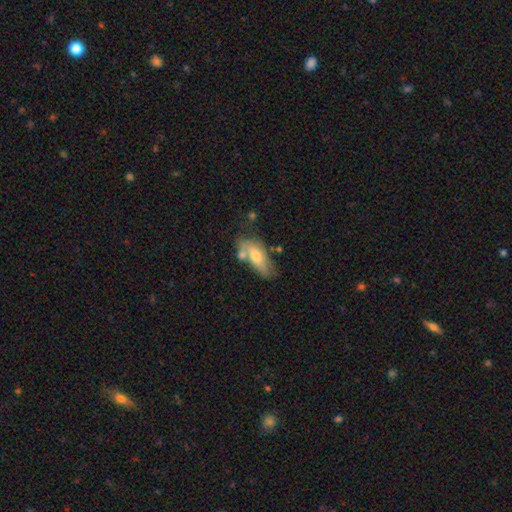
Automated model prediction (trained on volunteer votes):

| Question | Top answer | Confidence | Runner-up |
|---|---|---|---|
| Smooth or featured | smooth | 63% | featured or disk (31%) |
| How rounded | in between | 78% | cigar-shaped (19%) |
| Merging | none | 51% | minor disturbance (23%) |